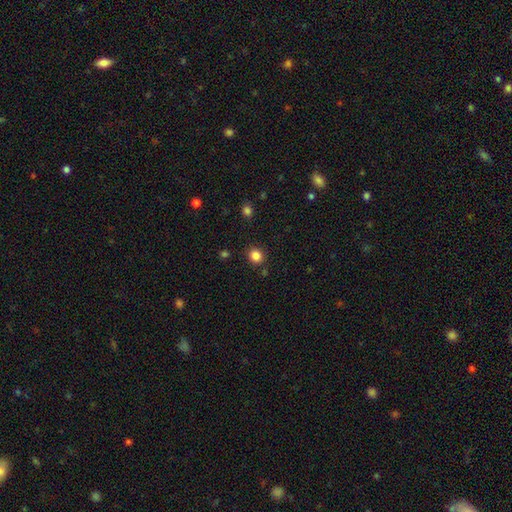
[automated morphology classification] This is clearly a smooth galaxy (85%). How rounded: likely round (78%). Merging: clearly none (87%).